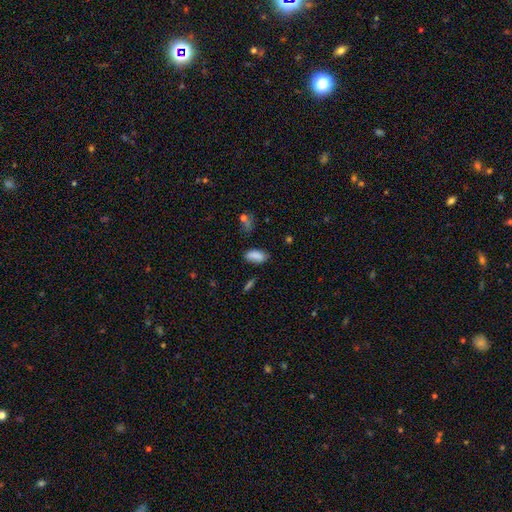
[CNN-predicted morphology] Overall: smooth (83%). How rounded: in between (89%). Merging: none (70%).